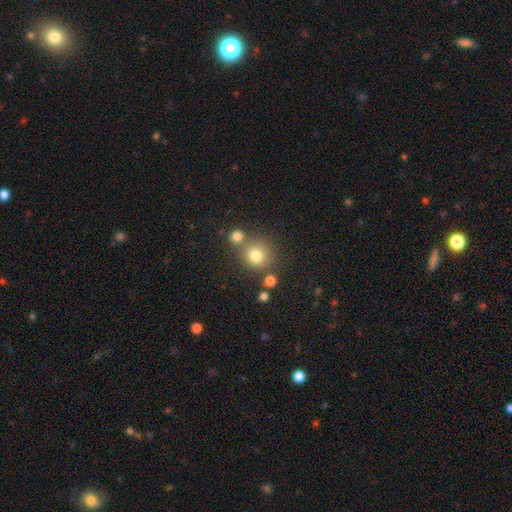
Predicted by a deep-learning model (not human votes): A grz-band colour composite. It shows a smooth galaxy with no disk features (77%) that is round (88%). Merging: none (69%).